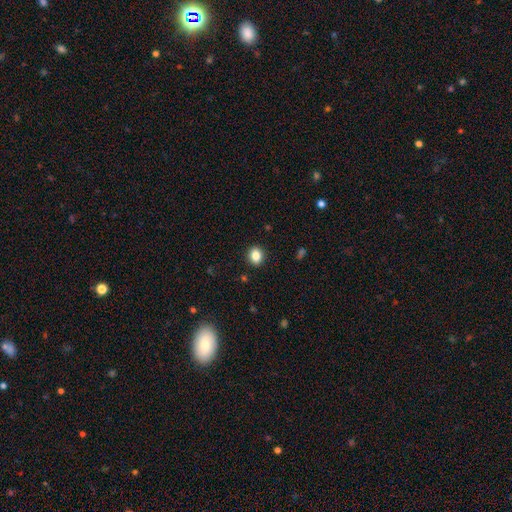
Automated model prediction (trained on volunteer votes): Overall: smooth (85%). How rounded: round (65%; in between 34%). Merging: none (91%).